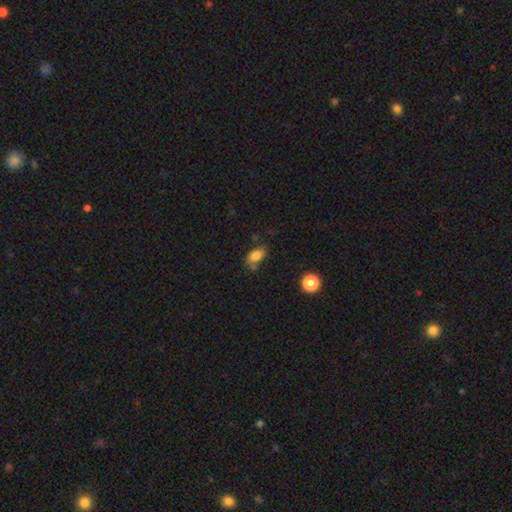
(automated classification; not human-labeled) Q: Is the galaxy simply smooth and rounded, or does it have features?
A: smooth — 79%.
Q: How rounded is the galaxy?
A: in between — 85%.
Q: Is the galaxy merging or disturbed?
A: none — 55%.